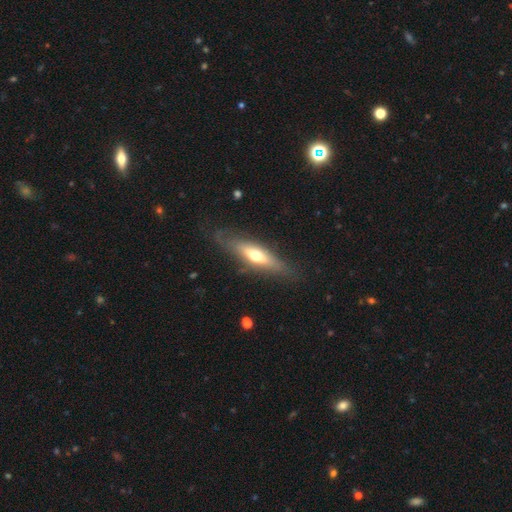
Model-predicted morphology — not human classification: Overall: featured or disk (49%; smooth 45%). Merging: none (74%).